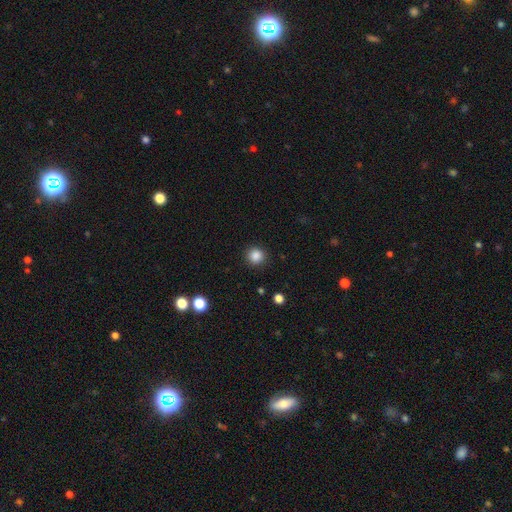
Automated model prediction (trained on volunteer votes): Smooth or featured? Predicted: smooth (p=0.86). How rounded? Predicted: round (p=0.93). Merging? Predicted: none (p=0.91).